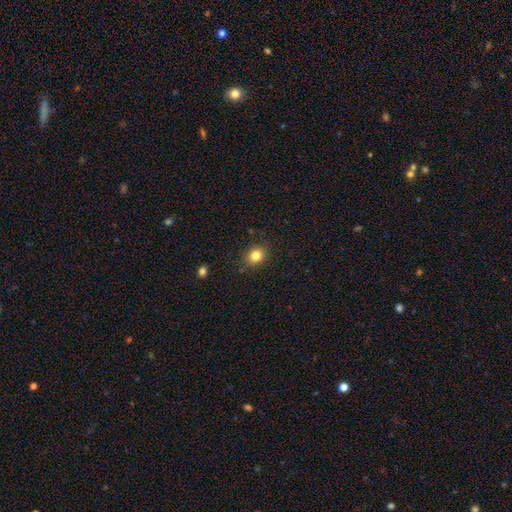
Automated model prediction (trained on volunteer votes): Morphology: type=smooth (82%); roundness=round (56%); merging=none (85%).